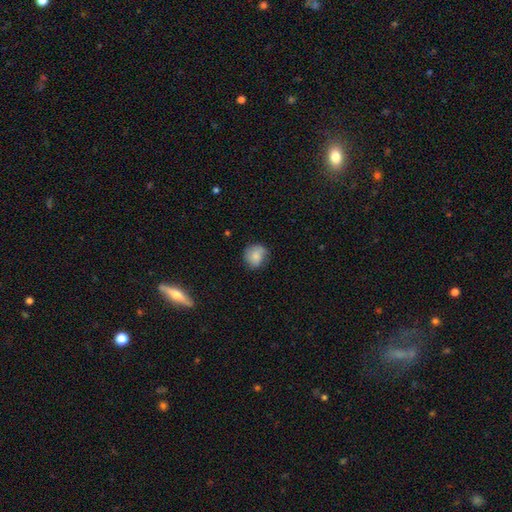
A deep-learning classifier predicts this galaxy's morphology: Q: Smooth or featured?
A: smooth (76%); runner-up: featured or disk (16%)
Q: How rounded?
A: round (80%); runner-up: in between (19%)
Q: Merging?
A: none (65%); runner-up: minor disturbance (27%)